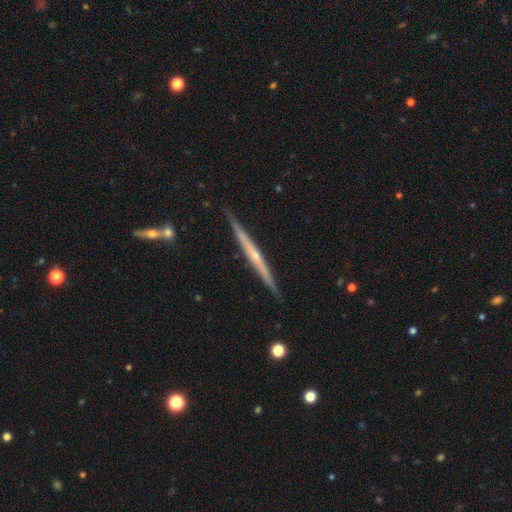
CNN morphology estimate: Smooth or featured: featured or disk — 76% (smooth — 18%)
Edge-on disk: yes — 98% (no — 2%)
Edge-on bulge: rounded — 56% (none — 40%)
Merging: none — 89% (minor disturbance — 8%)